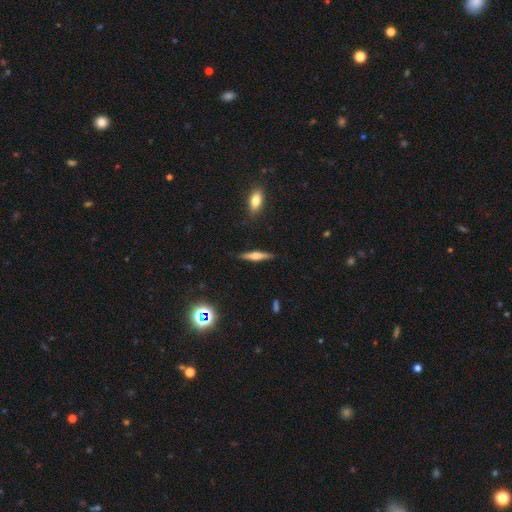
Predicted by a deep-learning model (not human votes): This appears to be a featured or disk galaxy (50%). Merging: none (87%).